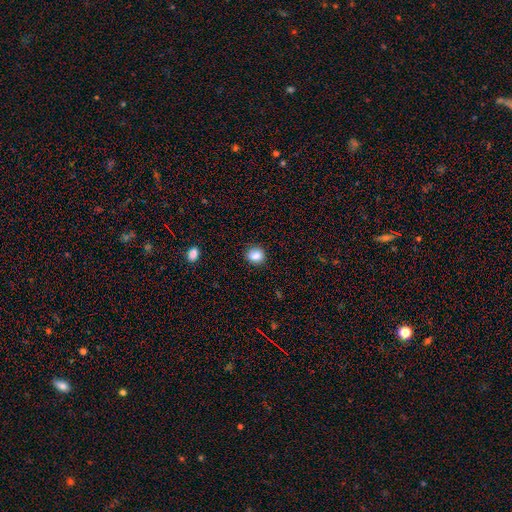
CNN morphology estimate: smooth-or-featured: smooth: 85% | star or artifact: 10% | featured or disk: 5%
  how-rounded: round: 72% | in between: 27% | cigar-shaped: 1%
  merging: none: 85% | minor disturbance: 11% | major disturbance: 3% | merger: 1%